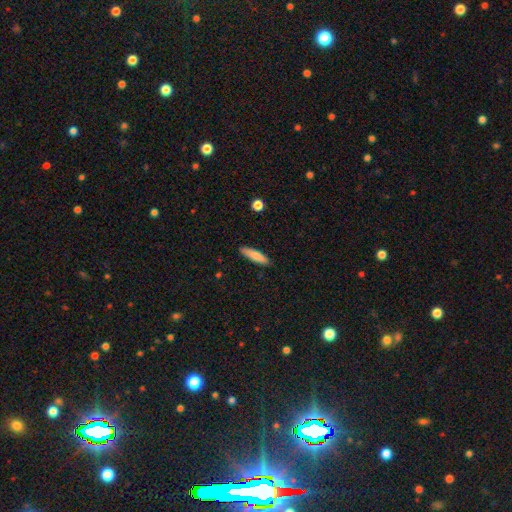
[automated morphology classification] Smooth or featured? Predicted: smooth (p=0.82). How rounded? Predicted: cigar-shaped (p=0.75). Merging? Predicted: none (p=0.88).